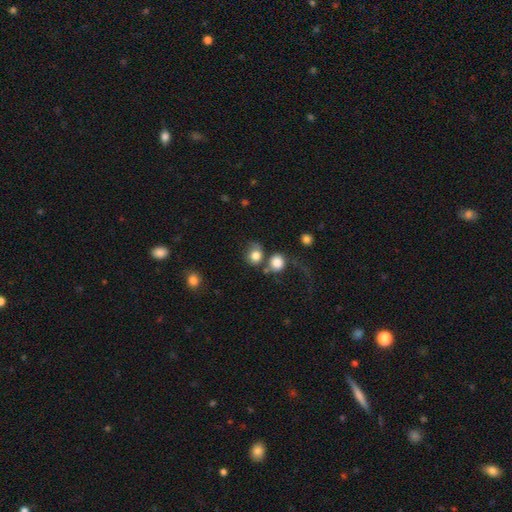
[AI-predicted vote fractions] The model was most divided on "merging": none: 48%, merger: 26%, minor disturbance: 16%, major disturbance: 10%. More confident: smooth or featured — smooth (81%); how rounded — round (73%).